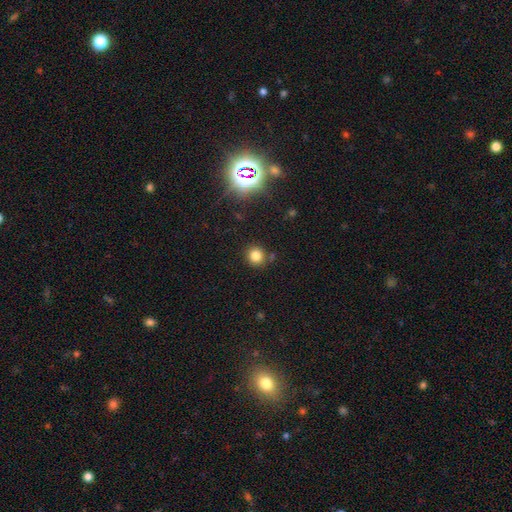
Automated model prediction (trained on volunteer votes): This appears to be a smooth galaxy with no disk features (80%) that is round (90%). Merging: none (81%).